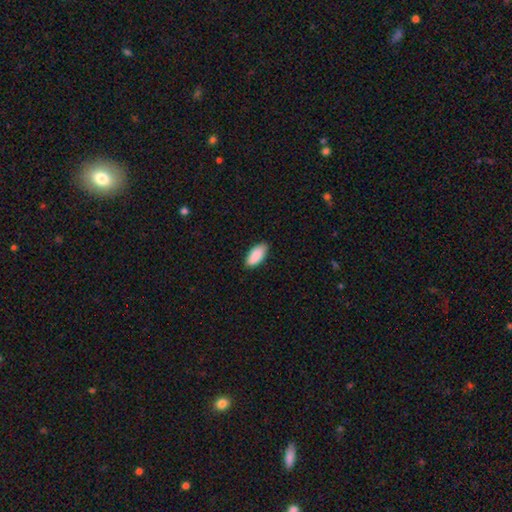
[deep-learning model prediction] The model was most divided on "merging": none: 85%, minor disturbance: 12%, major disturbance: 2%, merger: 1%. More confident: smooth or featured — smooth (90%); how rounded — in between (89%).